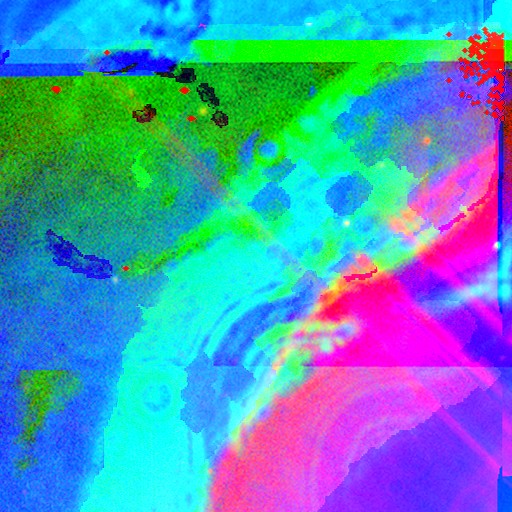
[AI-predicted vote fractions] A star or artifact, not a galaxy (86%).